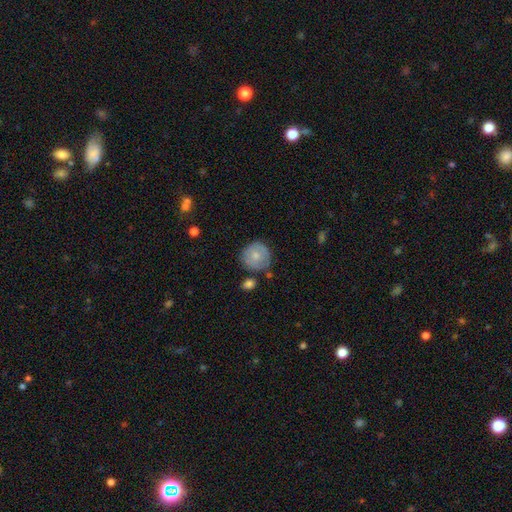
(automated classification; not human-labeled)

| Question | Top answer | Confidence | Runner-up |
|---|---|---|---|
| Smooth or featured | smooth | 70% | featured or disk (23%) |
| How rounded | round | 92% | in between (7%) |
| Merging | none | 72% | minor disturbance (18%) |